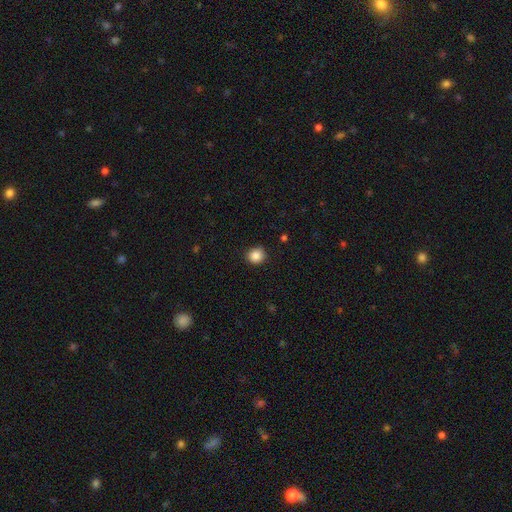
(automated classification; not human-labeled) smooth 87%, star or artifact 10%, featured or disk 4%. Down the decision tree: how rounded — round (89%); merging — none (88%).